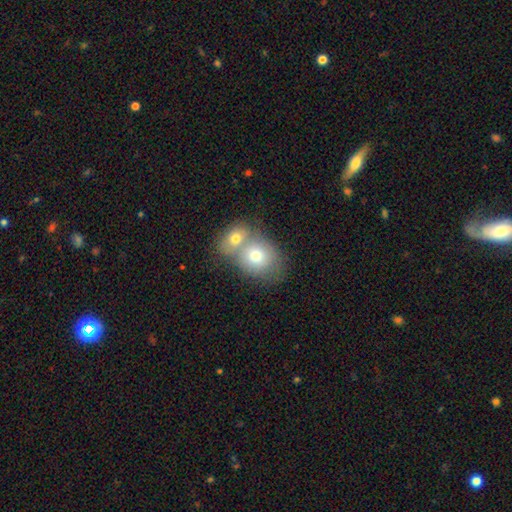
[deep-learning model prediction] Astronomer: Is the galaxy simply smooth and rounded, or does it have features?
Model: smooth — 70%.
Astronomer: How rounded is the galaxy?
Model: round — 60% (runner-up: in between, 39%).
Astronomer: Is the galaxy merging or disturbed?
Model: merger — 60%.